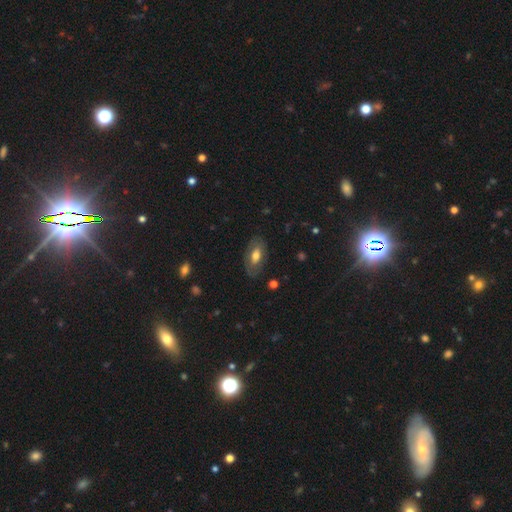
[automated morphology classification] Q: Smooth or featured?
A: smooth (55%); runner-up: featured or disk (39%)
Q: How rounded?
A: in between (91%); runner-up: round (5%)
Q: Merging?
A: none (81%); runner-up: minor disturbance (14%)